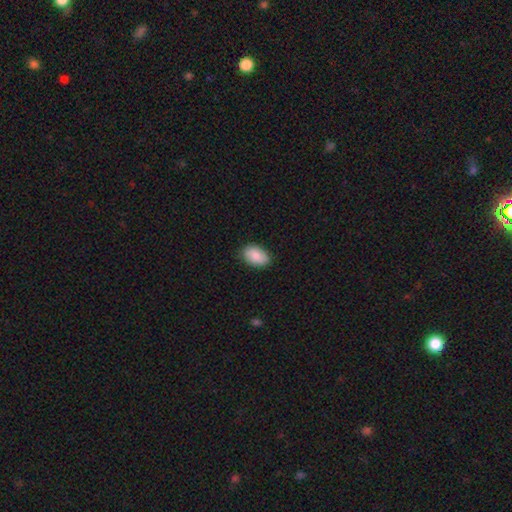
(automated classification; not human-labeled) smooth_or_featured: smooth (p=0.85) [alt: featured or disk p=0.08]
how_rounded: in between (p=0.89) [alt: round p=0.09]
merging: none (p=0.85) [alt: minor disturbance p=0.12]